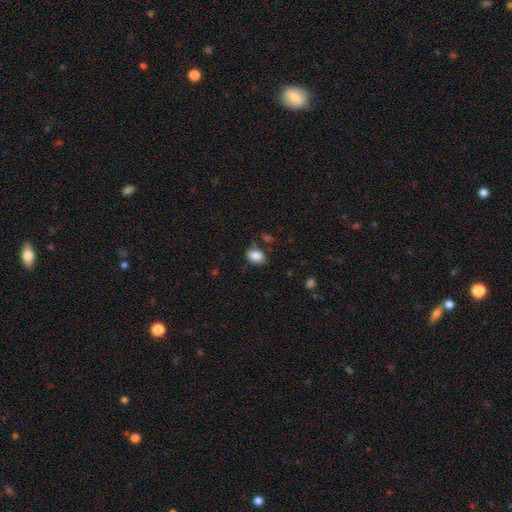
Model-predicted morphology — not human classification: This appears to be a smooth galaxy with no disk features (87%) that is in between round and cigar-shaped (76%). Merging: none (72%).